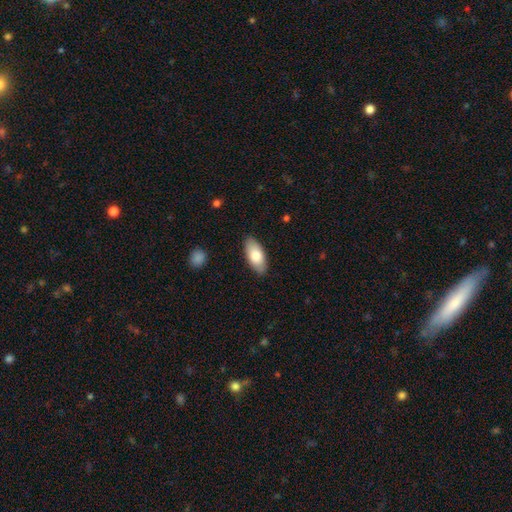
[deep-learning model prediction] smooth 79%, featured or disk 16%, star or artifact 6%. Down the decision tree: how rounded — in between (88%); merging — none (87%).